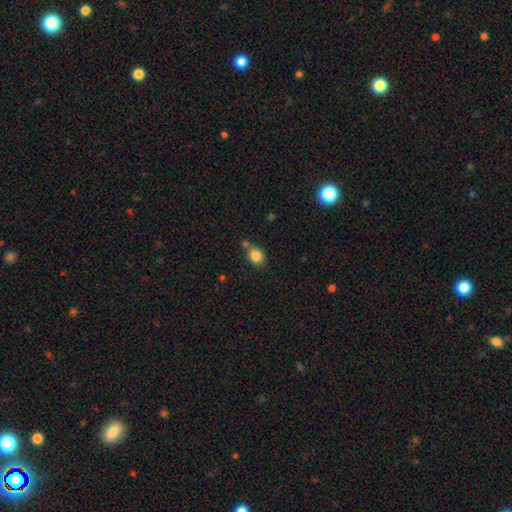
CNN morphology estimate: A smooth galaxy with no disk features (84%) that is round (53%).

Vote fractions:
- Smooth or featured? smooth: 84% / star or artifact: 10% / featured or disk: 6%
- How rounded? round: 53% / in between: 46% / cigar-shaped: 1%
- Merging? none: 60% / merger: 19% / minor disturbance: 17% / major disturbance: 5%